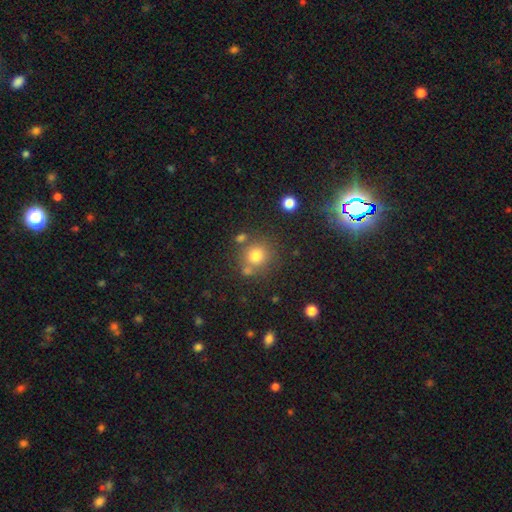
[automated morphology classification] A smooth galaxy with no disk features (76%) that is round (89%).

Vote fractions:
- Smooth or featured? smooth: 76% / star or artifact: 14% / featured or disk: 9%
- How rounded? round: 89% / in between: 10% / cigar-shaped: 1%
- Merging? none: 72% / merger: 13% / minor disturbance: 11% / major disturbance: 5%